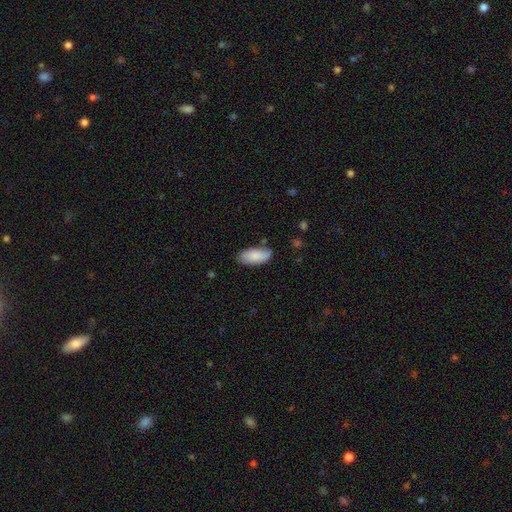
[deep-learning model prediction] Smooth or featured: smooth — 87% (featured or disk — 7%)
How rounded: in between — 90% (cigar-shaped — 9%)
Merging: none — 73% (minor disturbance — 20%)